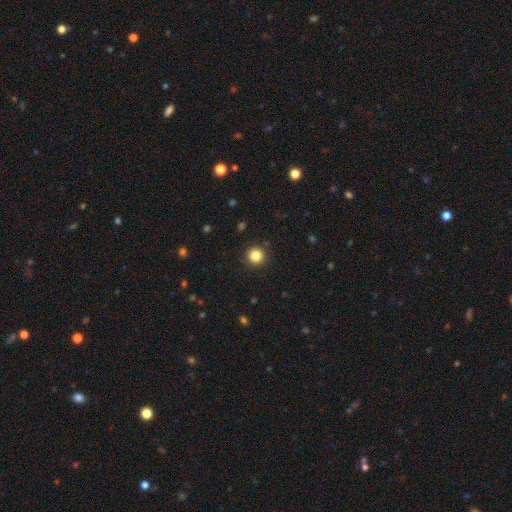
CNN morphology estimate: The model was most divided on "smooth or featured": smooth: 84%, star or artifact: 11%, featured or disk: 5%. More confident: how rounded — round (96%); merging — none (92%).